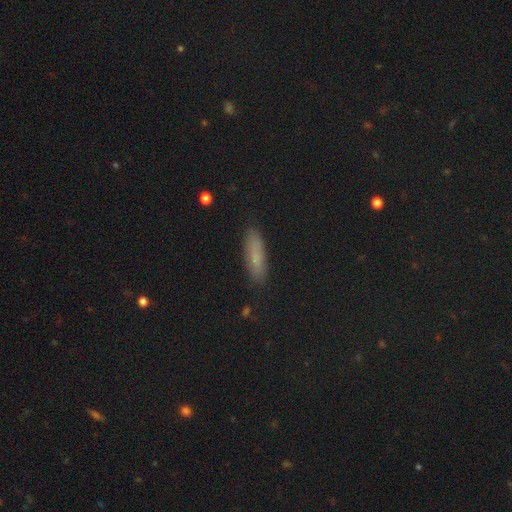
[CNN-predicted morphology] The model was most divided on "how rounded": cigar-shaped: 60%, in between: 38%, round: 3%. More confident: merging — none (87%); smooth or featured — smooth (72%).